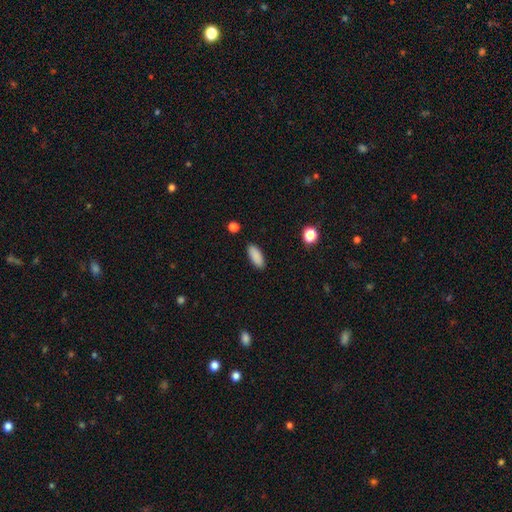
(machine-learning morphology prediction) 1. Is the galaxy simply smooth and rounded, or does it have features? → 88% smooth, 7% star or artifact, 4% featured or disk.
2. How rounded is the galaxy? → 78% in between, 20% cigar-shaped, 2% round.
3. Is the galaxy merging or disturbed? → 88% none, 8% minor disturbance, 2% major disturbance, 1% merger.